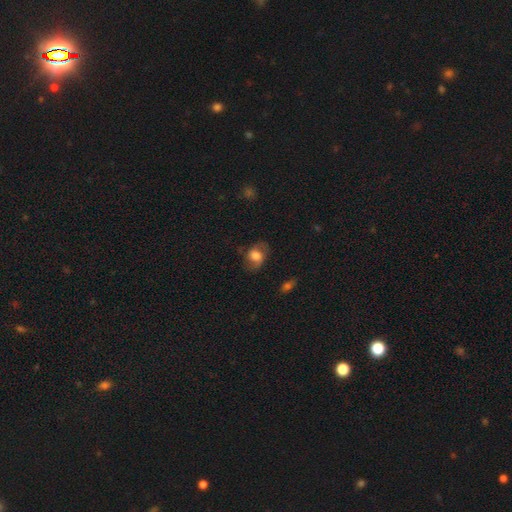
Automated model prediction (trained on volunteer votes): smooth_or_featured: smooth (p=0.54) [alt: featured or disk p=0.37]
how_rounded: in between (p=0.67) [alt: round p=0.31]
merging: none (p=0.64) [alt: minor disturbance p=0.23]